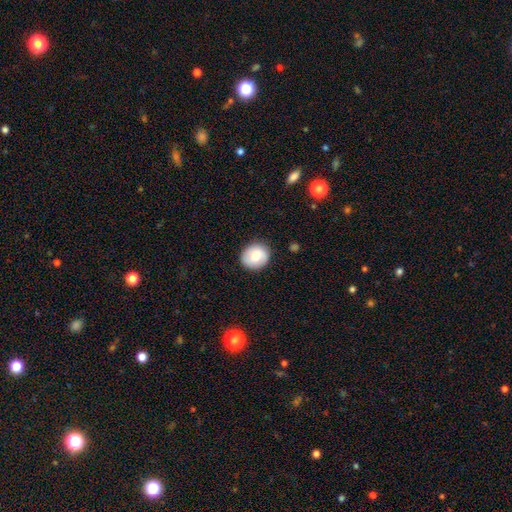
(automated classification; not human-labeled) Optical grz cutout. It shows a smooth galaxy with no disk features (73%) that is round (77%). Merging: none (86%).